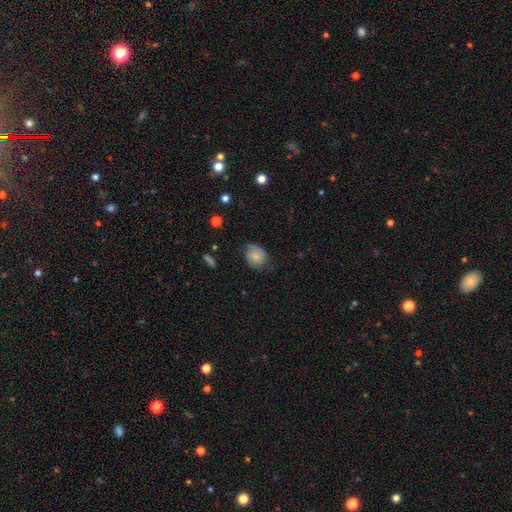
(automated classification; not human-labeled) Q: Smooth or featured?
A: smooth (72%); runner-up: featured or disk (20%)
Q: How rounded?
A: round (60%); runner-up: in between (39%)
Q: Merging?
A: none (57%); runner-up: minor disturbance (32%)